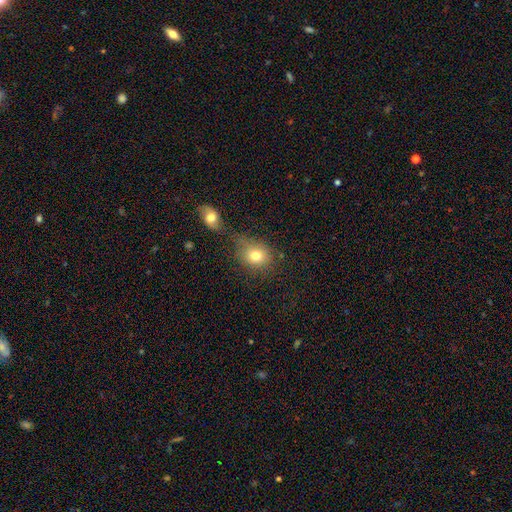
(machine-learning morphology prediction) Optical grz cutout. It shows a smooth galaxy with no disk features (77%) that is round (59%). Merging: none (55%).